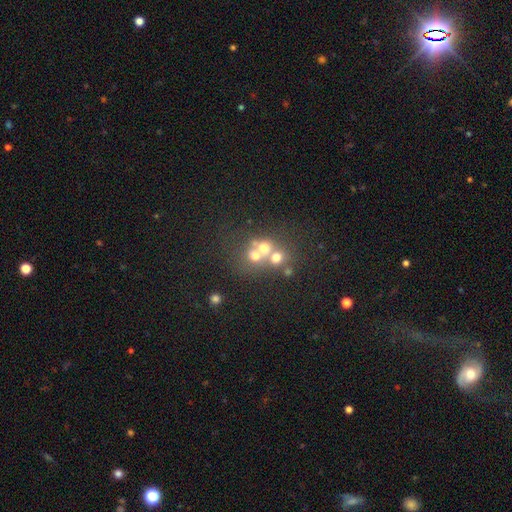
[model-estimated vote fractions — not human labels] Q: Smooth or featured?
A: smooth (55%); runner-up: featured or disk (26%)
Q: How rounded?
A: round (78%); runner-up: in between (20%)
Q: Merging?
A: merger (53%); runner-up: none (35%)